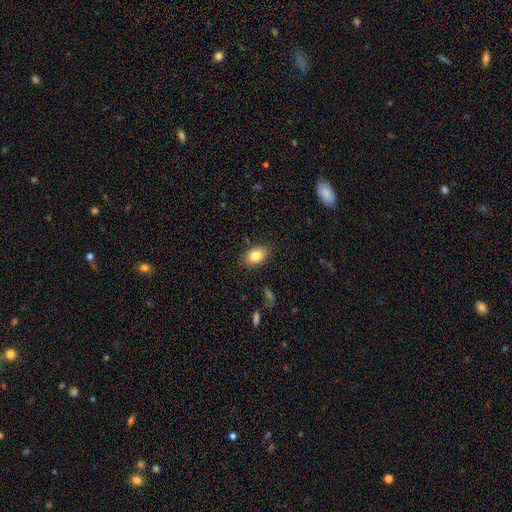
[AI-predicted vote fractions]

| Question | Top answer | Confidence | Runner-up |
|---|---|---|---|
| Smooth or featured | smooth | 83% | featured or disk (9%) |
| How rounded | in between | 83% | round (16%) |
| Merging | none | 85% | minor disturbance (11%) |